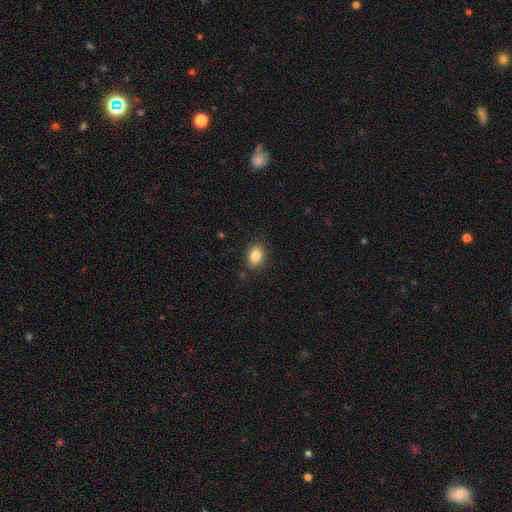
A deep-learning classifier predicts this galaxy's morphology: Smooth or featured?
  - smooth: 84% *
  - star or artifact: 9%
  - featured or disk: 7%
How rounded?
  - in between: 78% *
  - round: 20%
  - cigar-shaped: 2%
Merging?
  - none: 87% *
  - minor disturbance: 9%
  - major disturbance: 2%
  - merger: 1%